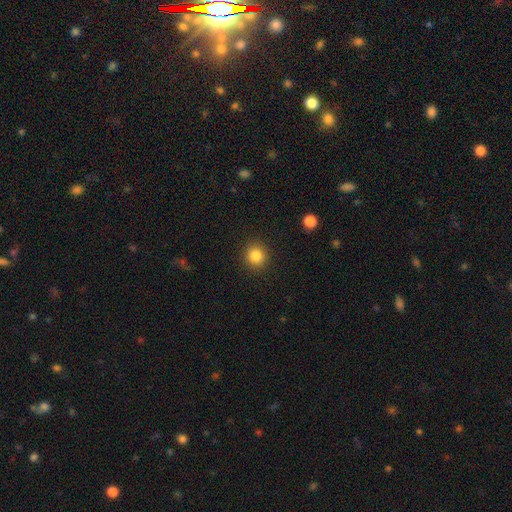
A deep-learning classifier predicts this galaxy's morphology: A smooth galaxy with no disk features (85%) that is round (90%).

Vote fractions:
- Smooth or featured? smooth: 85% / star or artifact: 11% / featured or disk: 5%
- How rounded? round: 90% / in between: 9% / cigar-shaped: 1%
- Merging? none: 91% / minor disturbance: 6% / major disturbance: 2% / merger: 1%